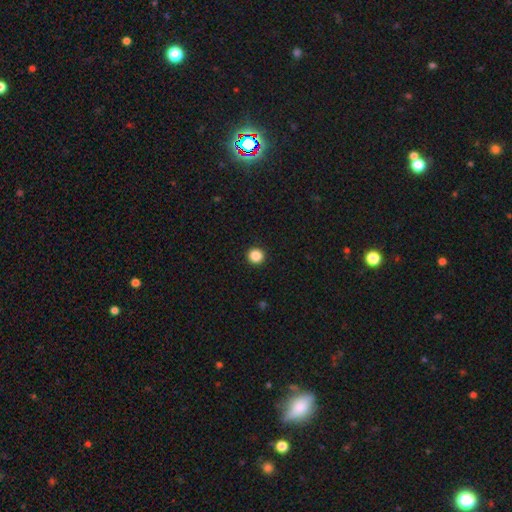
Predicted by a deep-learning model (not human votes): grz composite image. It shows a smooth galaxy with no disk features (87%) that is round (96%). Merging: none (94%).